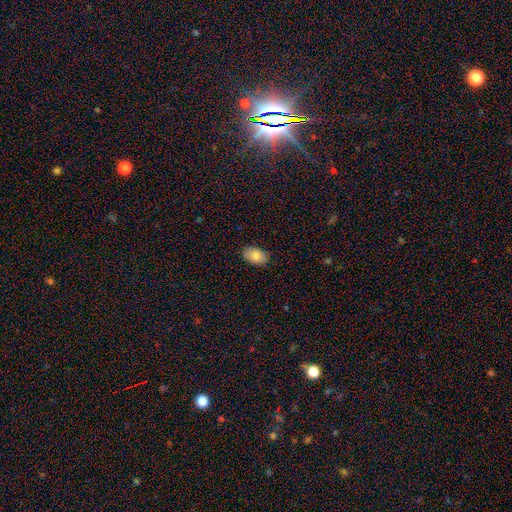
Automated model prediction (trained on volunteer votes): smooth_or_featured: smooth (p=0.82) [alt: featured or disk p=0.11]
how_rounded: in between (p=0.90) [alt: round p=0.09]
merging: none (p=0.88) [alt: minor disturbance p=0.10]